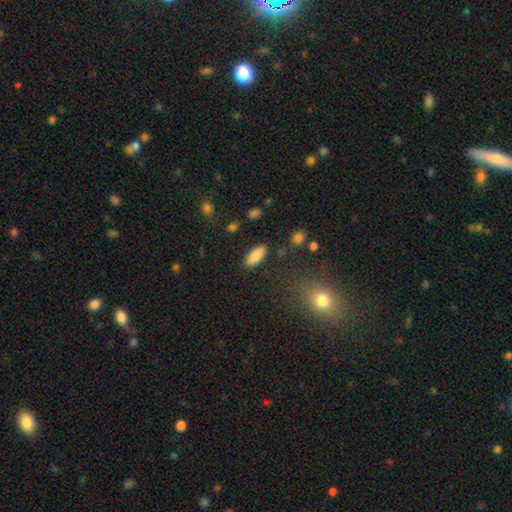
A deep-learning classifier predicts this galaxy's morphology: Smooth or featured? smooth (85%)
How rounded? in between (78%)
Merging? none (86%)